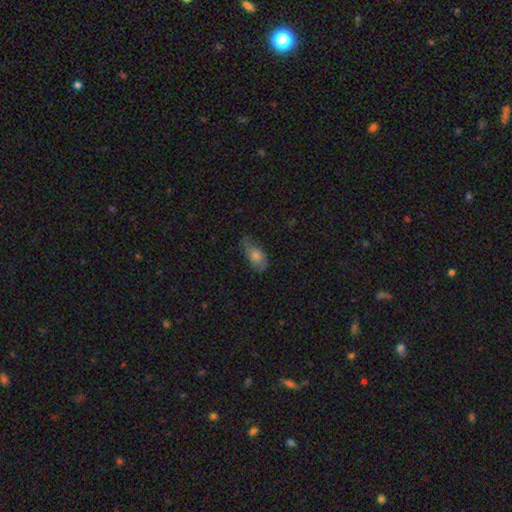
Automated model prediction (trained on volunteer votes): Morphology: type=smooth (52%); roundness=in between (84%); merging=none (56%).